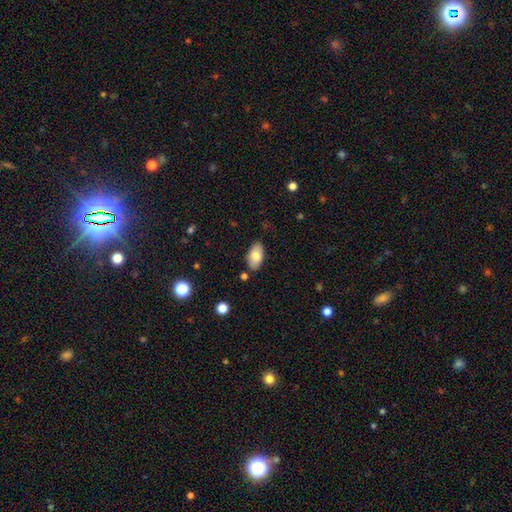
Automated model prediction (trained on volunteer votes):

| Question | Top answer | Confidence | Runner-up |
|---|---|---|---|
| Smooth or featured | smooth | 79% | featured or disk (14%) |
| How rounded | in between | 94% | round (3%) |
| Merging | none | 83% | minor disturbance (12%) |